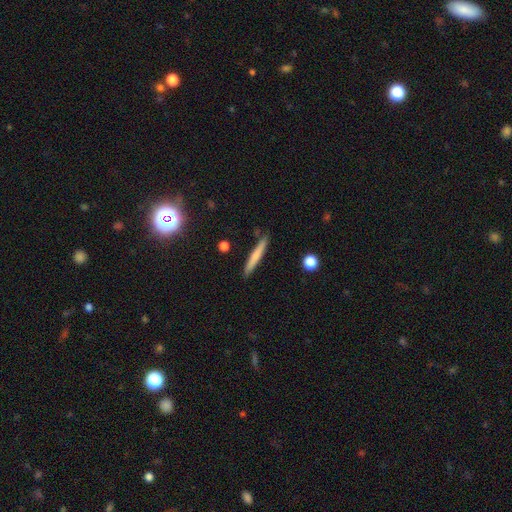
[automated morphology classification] Smooth or featured? Predicted: smooth (p=0.66). How rounded? Predicted: cigar-shaped (p=0.95). Merging? Predicted: none (p=0.87).